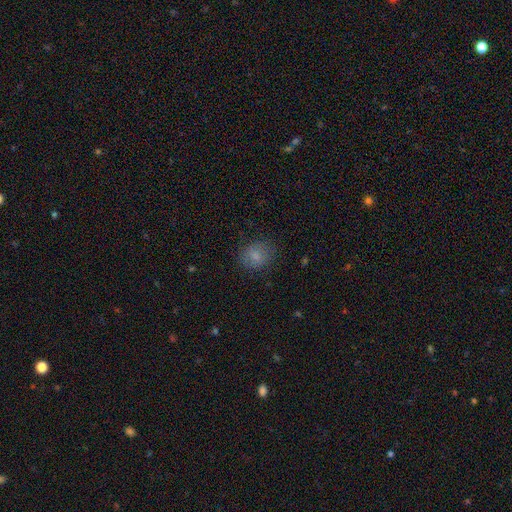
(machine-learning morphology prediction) This is likely a smooth galaxy (80%). How rounded: likely round (63%). Merging: likely none (79%).